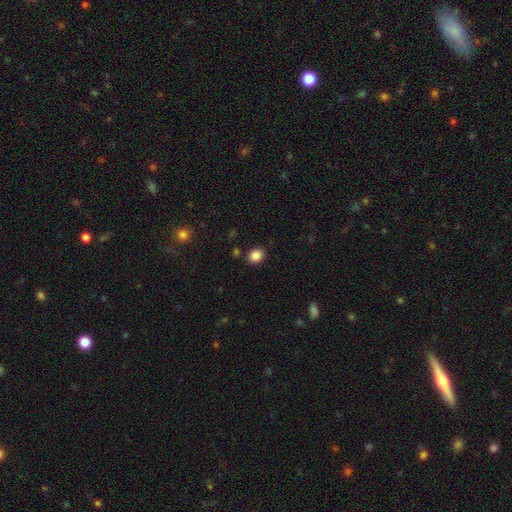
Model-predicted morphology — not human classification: A smooth galaxy with no disk features (86%) that is round (64%).

Vote fractions:
- Smooth or featured? smooth: 86% / star or artifact: 10% / featured or disk: 4%
- How rounded? round: 64% / in between: 35% / cigar-shaped: 1%
- Merging? none: 87% / minor disturbance: 8% / merger: 3% / major disturbance: 2%